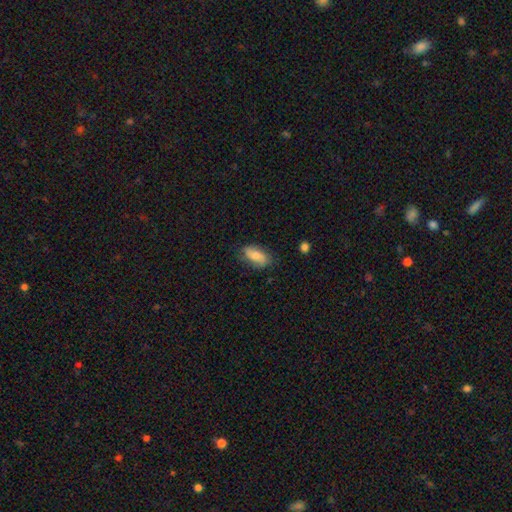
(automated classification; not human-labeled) The model was most divided on "merging": none: 70%, minor disturbance: 23%, major disturbance: 6%, merger: 2%. More confident: how rounded — in between (89%); smooth or featured — smooth (75%).